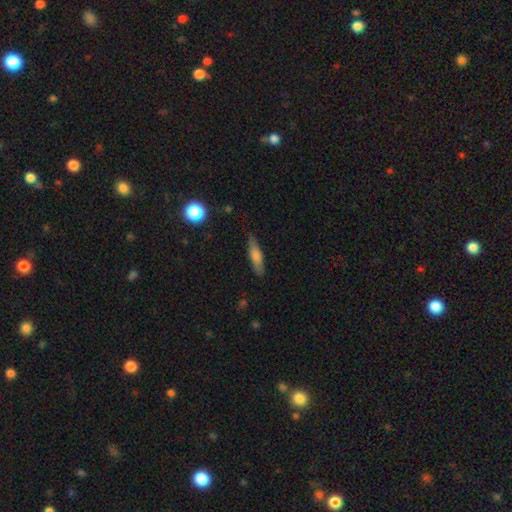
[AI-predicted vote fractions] Smooth or featured? smooth (63%)
How rounded? cigar-shaped (72%)
Merging? none (85%)